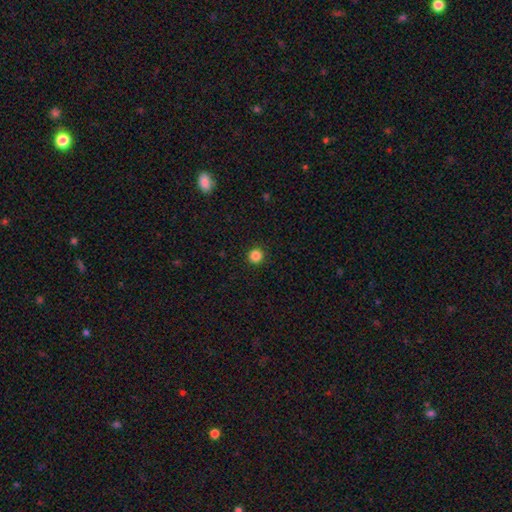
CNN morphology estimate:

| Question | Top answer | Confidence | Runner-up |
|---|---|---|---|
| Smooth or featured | smooth | 85% | star or artifact (12%) |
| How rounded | round | 95% | in between (4%) |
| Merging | none | 93% | minor disturbance (5%) |